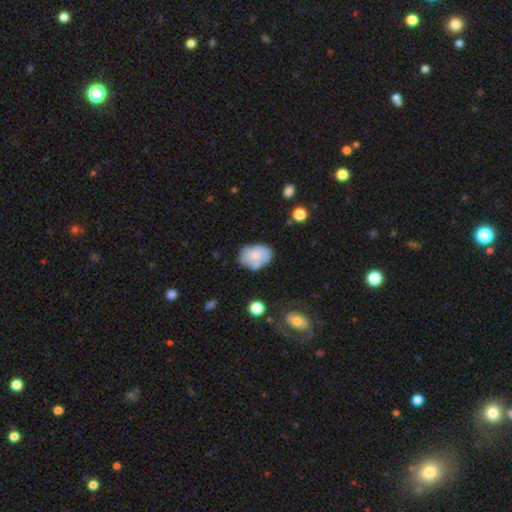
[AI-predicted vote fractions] A smooth galaxy with no disk features (59%) that is in between round and cigar-shaped (78%). Merging: none (57%).